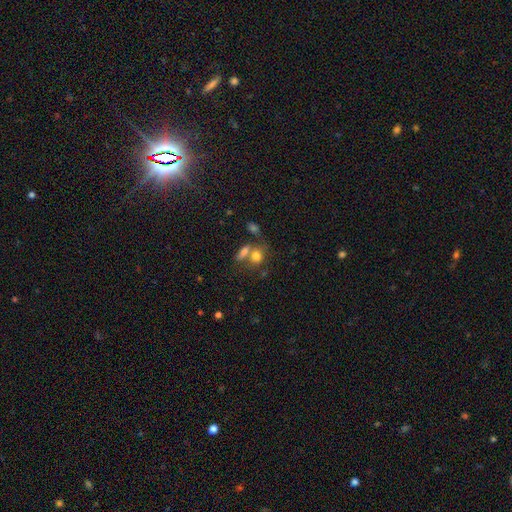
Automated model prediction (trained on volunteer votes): smooth-or-featured: smooth: 75% | featured or disk: 13% | star or artifact: 12%
  how-rounded: round: 49% | in between: 47% | cigar-shaped: 4%
  merging: merger: 42% | none: 39% | minor disturbance: 12% | major disturbance: 7%